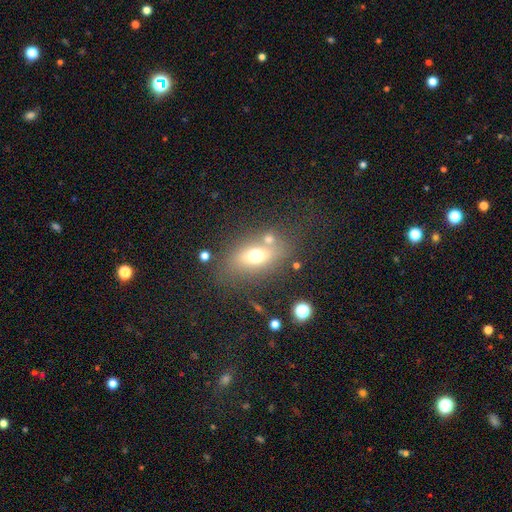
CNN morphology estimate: A smooth galaxy with no disk features (60%) that is in between round and cigar-shaped (72%). Merging: none (63%).